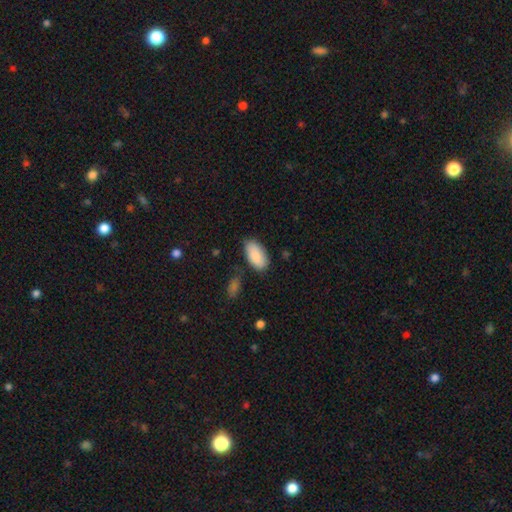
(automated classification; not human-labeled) Morphology: type=smooth (85%); roundness=in between (95%); merging=none (75%).